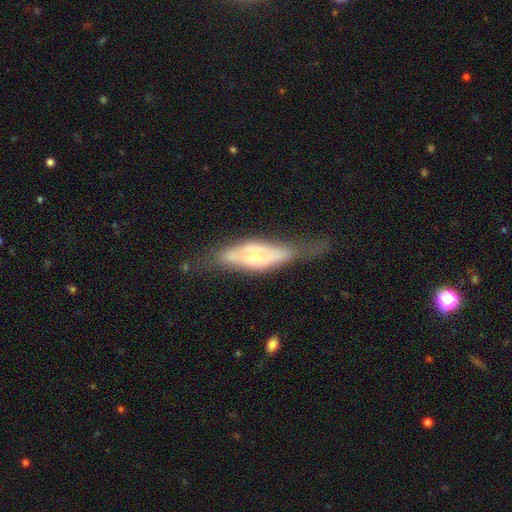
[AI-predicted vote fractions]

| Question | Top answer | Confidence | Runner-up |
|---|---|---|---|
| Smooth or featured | featured or disk | 60% | smooth (34%) |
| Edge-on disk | yes | 57% | no (43%) |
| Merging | none | 48% | minor disturbance (28%) |